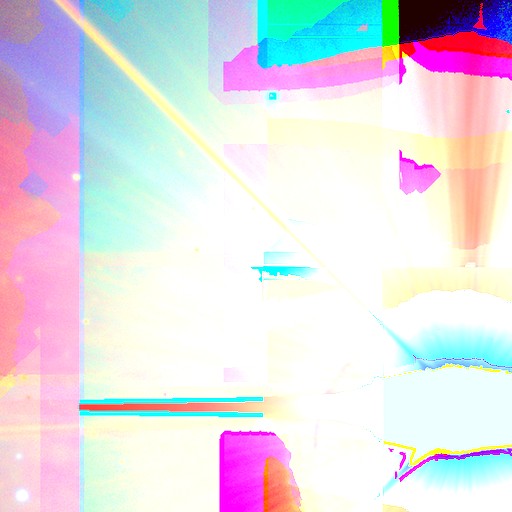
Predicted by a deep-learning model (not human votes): smooth_or_featured: star or artifact (p=0.70) [alt: featured or disk p=0.18]